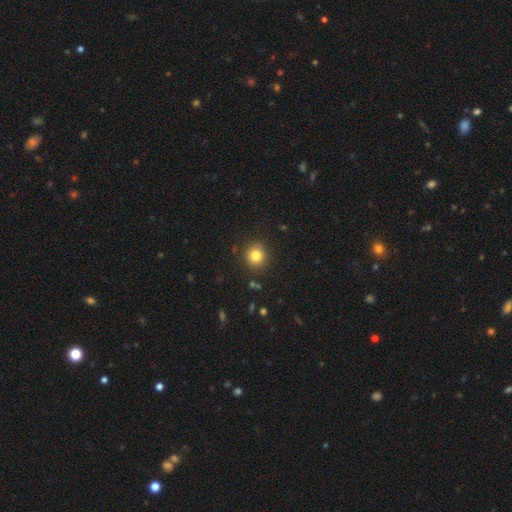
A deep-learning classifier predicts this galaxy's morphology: smooth 81%, star or artifact 12%, featured or disk 7%. Down the decision tree: how rounded — round (90%); merging — none (89%).